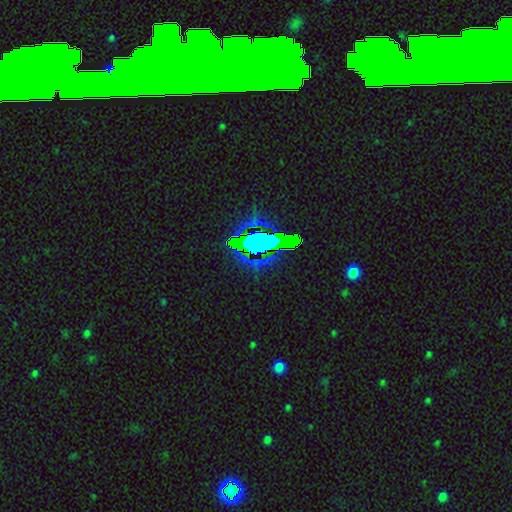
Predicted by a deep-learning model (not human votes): Smooth or featured?
  - star or artifact: 70% *
  - featured or disk: 16%
  - smooth: 14%